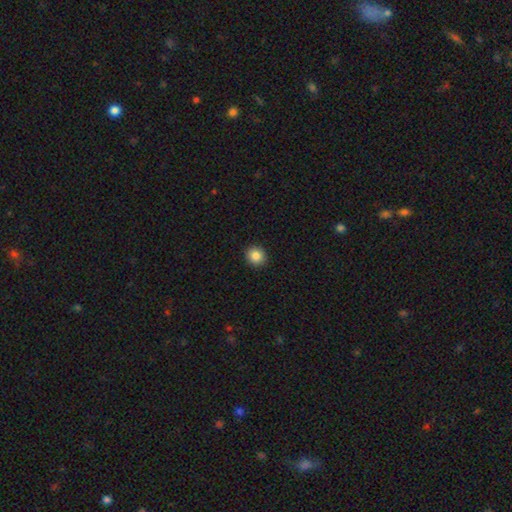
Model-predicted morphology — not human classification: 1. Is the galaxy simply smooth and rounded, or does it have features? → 86% smooth, 10% star or artifact, 4% featured or disk.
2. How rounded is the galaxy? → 89% round, 10% in between, 1% cigar-shaped.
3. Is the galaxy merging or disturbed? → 93% none, 5% minor disturbance, 2% major disturbance, 1% merger.